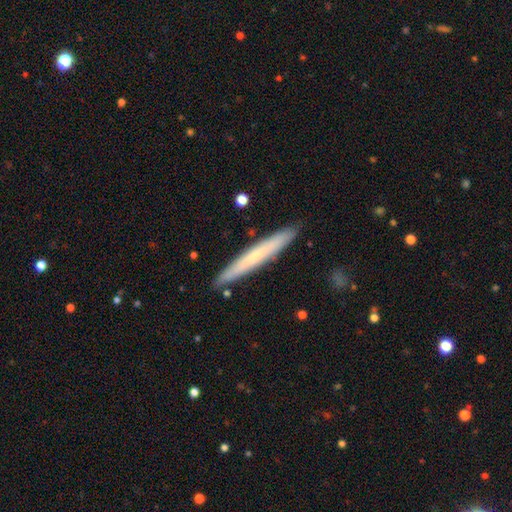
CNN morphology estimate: The model was most divided on "smooth or featured": smooth: 57%, featured or disk: 37%, star or artifact: 6%. More confident: how rounded — cigar-shaped (96%); merging — none (90%).